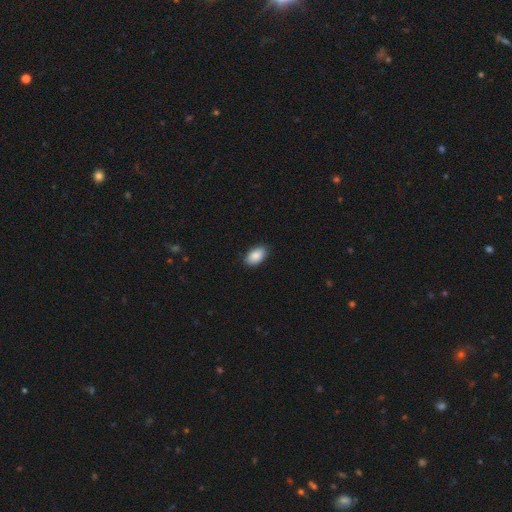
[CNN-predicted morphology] type=smooth (89%); roundness=in between (94%); merging=none (87%).